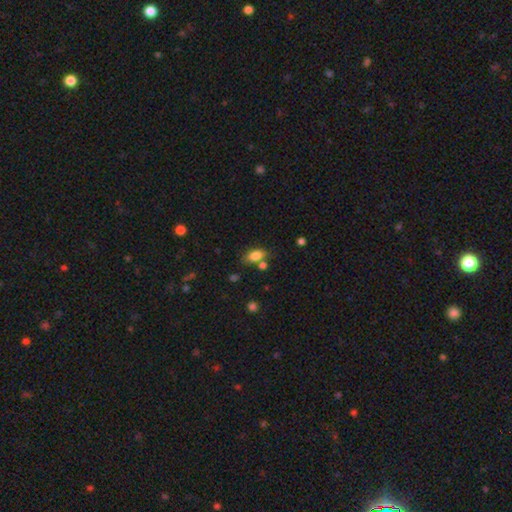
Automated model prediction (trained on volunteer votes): Smooth or featured: smooth — 81% (featured or disk — 10%)
How rounded: in between — 87% (round — 7%)
Merging: none — 64% (minor disturbance — 16%)